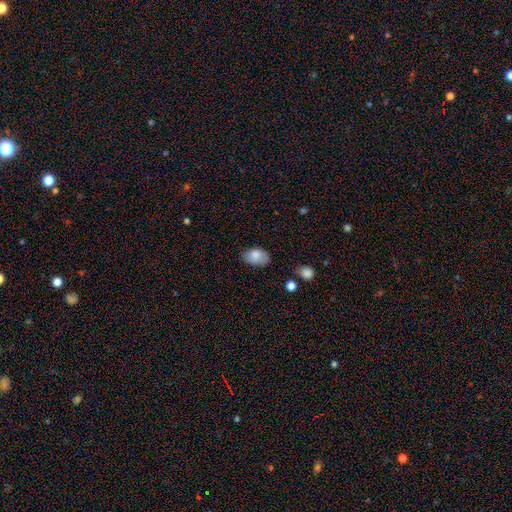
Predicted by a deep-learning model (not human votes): This is clearly a smooth galaxy (83%). How rounded: clearly in between (87%). Merging: likely none (66%).